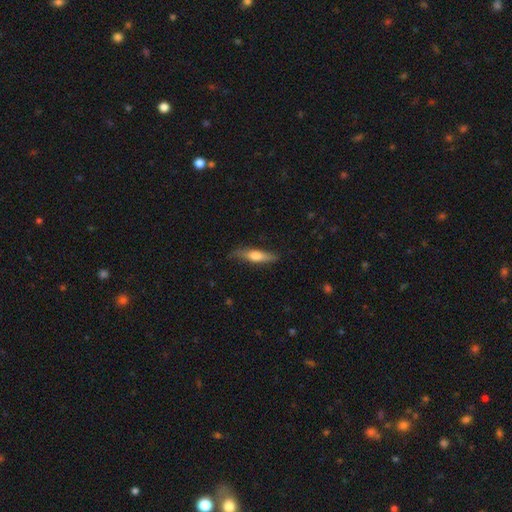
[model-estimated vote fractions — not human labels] A smooth galaxy with no disk features (57%) that is cigar-shaped (76%). Merging: none (75%).